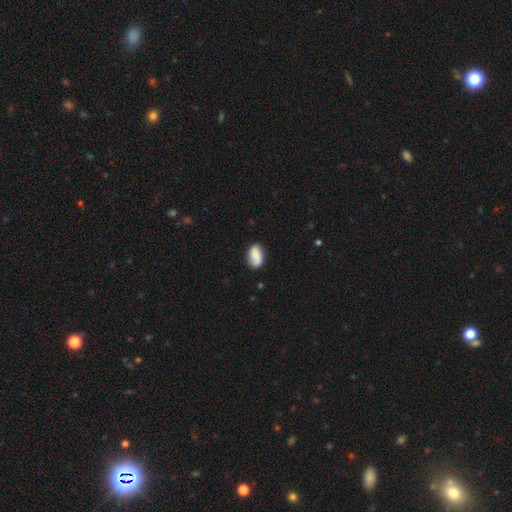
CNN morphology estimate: A smooth galaxy with no disk features (76%) that is in between round and cigar-shaped (90%). Merging: none (77%).